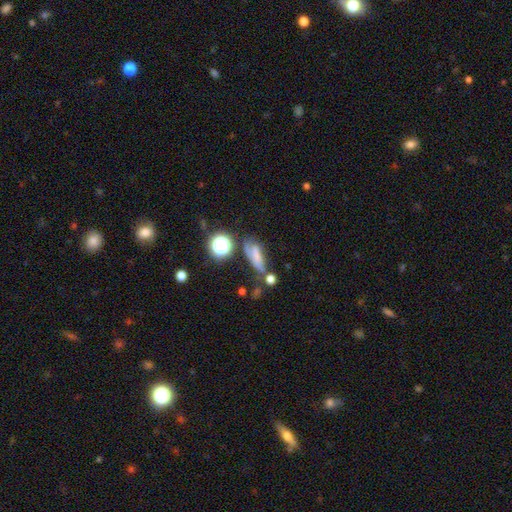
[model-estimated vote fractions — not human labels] This is possibly a smooth galaxy (55%). How rounded: possibly in between (52%). Merging: marginally none (44%).